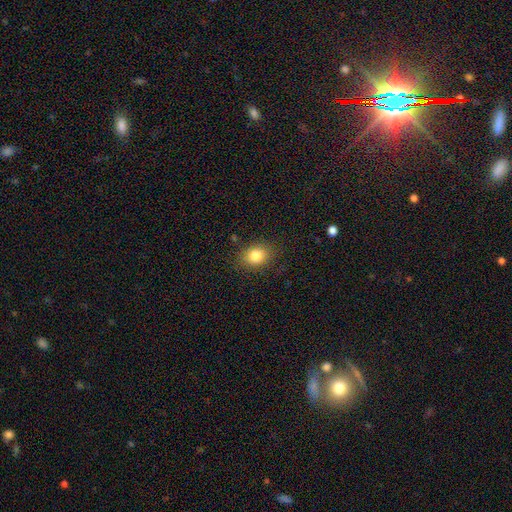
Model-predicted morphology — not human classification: This is clearly a smooth galaxy (83%). How rounded: possibly in between (53%). Merging: clearly none (84%).